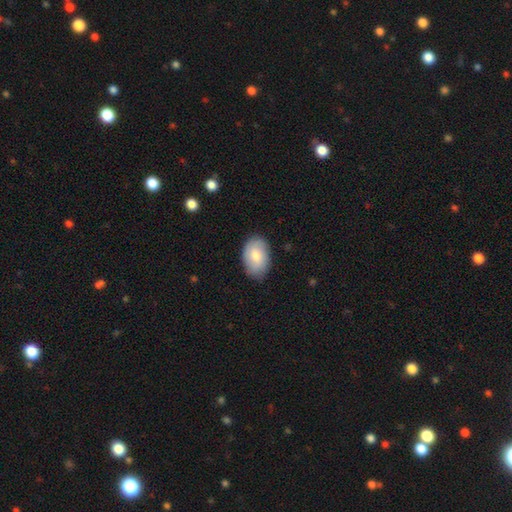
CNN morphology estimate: Smooth or featured? Predicted: smooth (p=0.78). How rounded? Predicted: in between (p=0.88). Merging? Predicted: none (p=0.81).